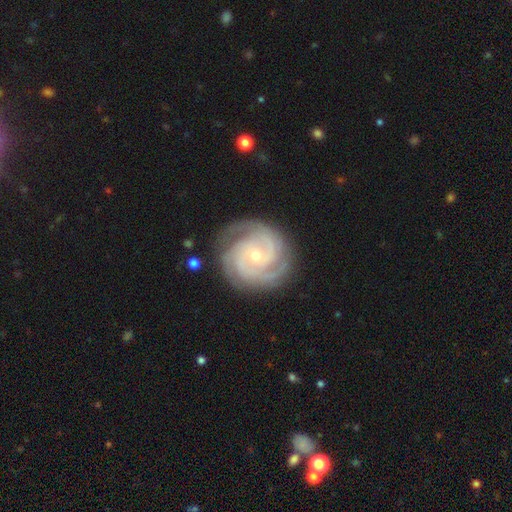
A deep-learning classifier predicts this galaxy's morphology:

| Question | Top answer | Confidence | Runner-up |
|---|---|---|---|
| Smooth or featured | featured or disk | 91% | star or artifact (5%) |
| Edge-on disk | no | 98% | yes (2%) |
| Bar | no | 69% | weak (23%) |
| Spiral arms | yes | 98% | no (2%) |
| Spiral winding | tight | 74% | medium (24%) |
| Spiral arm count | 3 | 46% | 4 (17%) |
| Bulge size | small | 69% | moderate (28%) |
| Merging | none | 83% | minor disturbance (13%) |